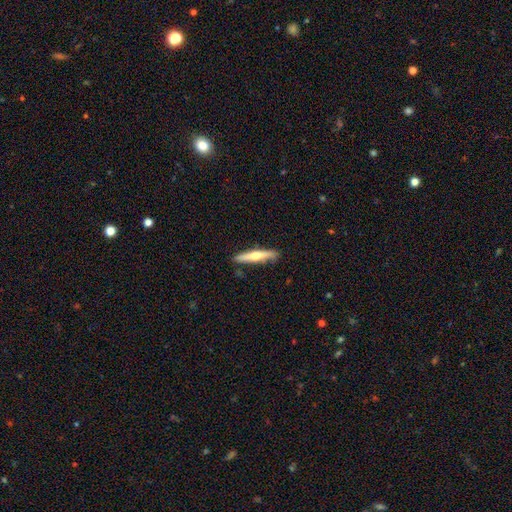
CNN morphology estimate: This is possibly a featured or disk galaxy (50%). It is clearly viewed edge-on (93%). Merging: clearly none (85%).